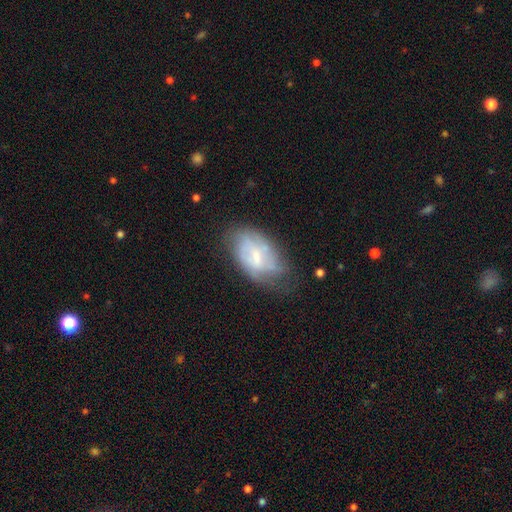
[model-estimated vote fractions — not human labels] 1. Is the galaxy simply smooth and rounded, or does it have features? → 53% featured or disk, 39% smooth, 9% star or artifact.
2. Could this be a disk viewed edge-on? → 94% no, 6% yes.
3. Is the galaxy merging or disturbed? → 47% none, 34% minor disturbance, 16% major disturbance, 3% merger.